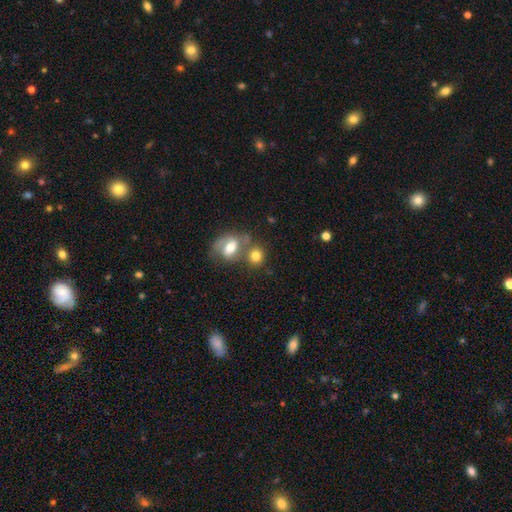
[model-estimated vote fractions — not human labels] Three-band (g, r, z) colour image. It shows a smooth galaxy with no disk features (75%) that is round (72%). Merging: none (47%).